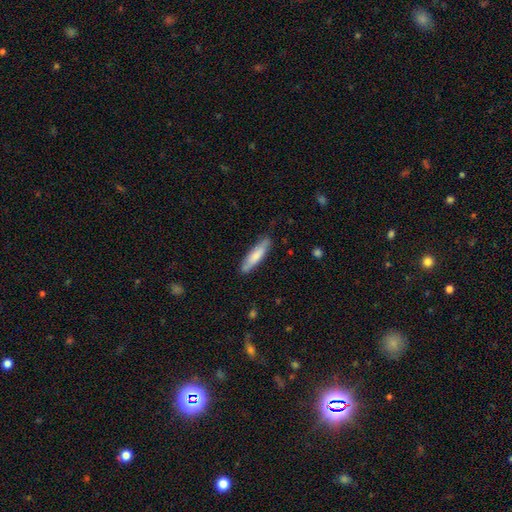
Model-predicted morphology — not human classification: Smooth or featured? smooth (74%)
How rounded? cigar-shaped (73%)
Merging? none (80%)